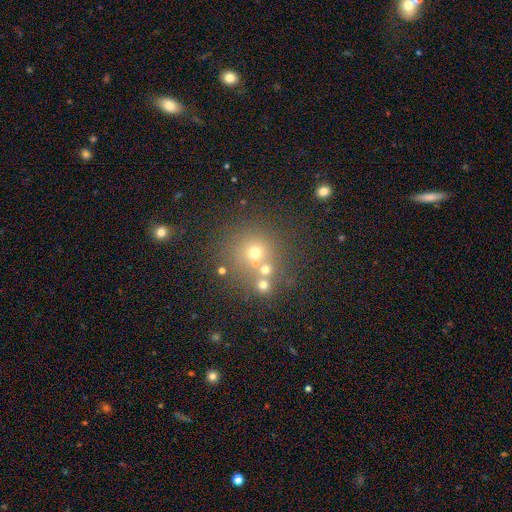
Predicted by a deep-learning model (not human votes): smooth_or_featured: smooth (p=0.56) [alt: star or artifact p=0.28]
how_rounded: round (p=0.90) [alt: in between p=0.10]
merging: none (p=0.63) [alt: merger p=0.24]